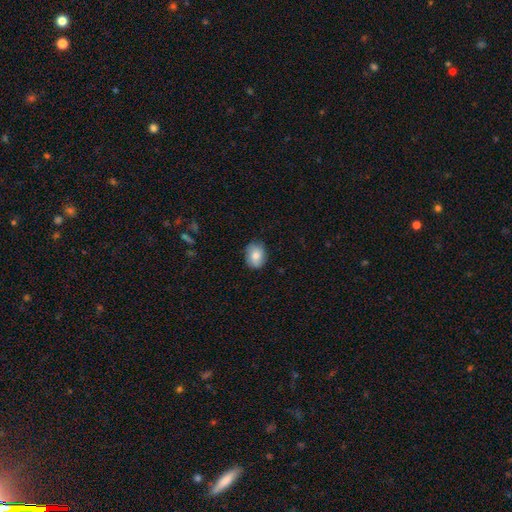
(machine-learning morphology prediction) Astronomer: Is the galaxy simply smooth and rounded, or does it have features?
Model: smooth — 81%.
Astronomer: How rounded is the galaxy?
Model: in between — 51% (runner-up: round, 48%).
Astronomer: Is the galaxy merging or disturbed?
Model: none — 82%.